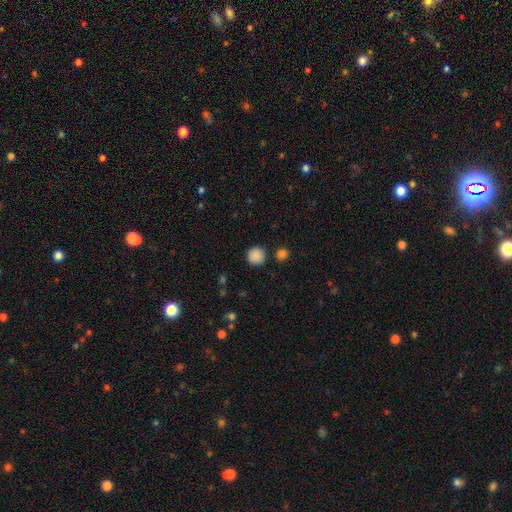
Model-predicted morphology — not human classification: This appears to be a smooth galaxy with no disk features (87%) that is round (94%). Merging: none (86%).